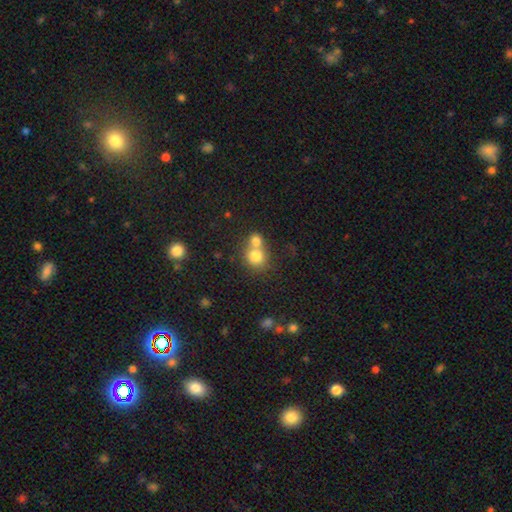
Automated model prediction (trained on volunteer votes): Morphology: type=smooth (77%); roundness=round (82%); merging=merger (55%).